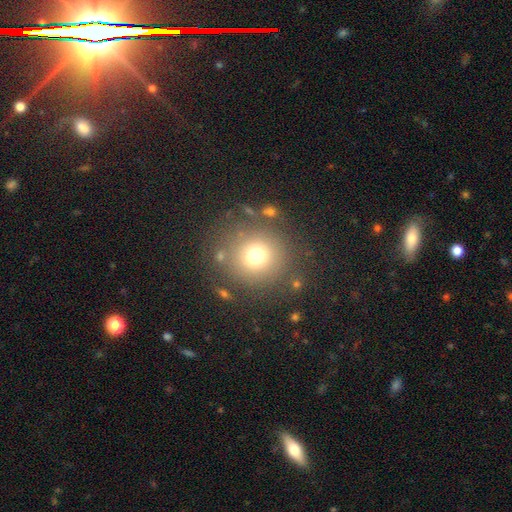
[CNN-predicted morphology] Overall: smooth (72%). How rounded: round (92%). Merging: none (80%).